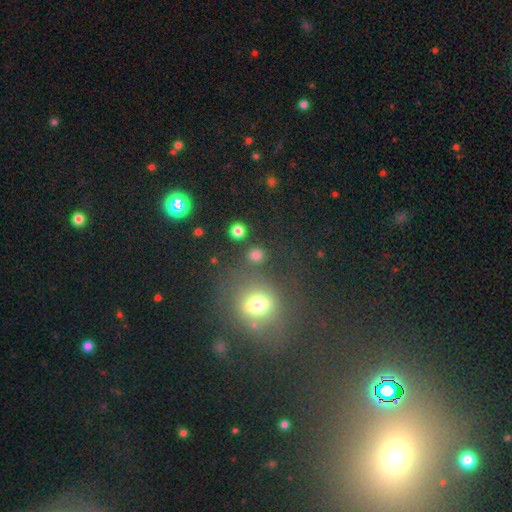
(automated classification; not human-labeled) smooth-or-featured: smooth: 50% | star or artifact: 37% | featured or disk: 13%
  merging: none: 71% | minor disturbance: 13% | merger: 10% | major disturbance: 7%